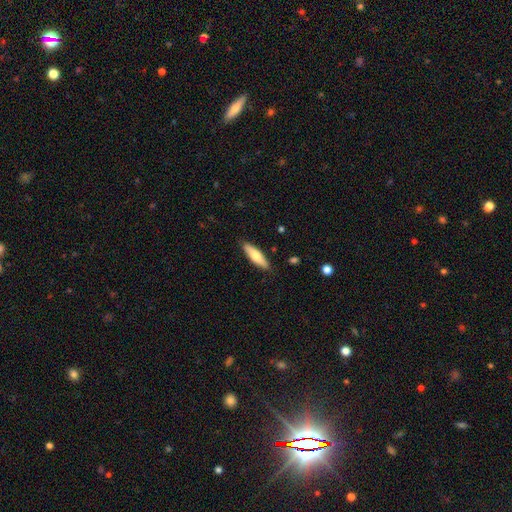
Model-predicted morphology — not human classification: This is likely a smooth galaxy (70%). How rounded: possibly cigar-shaped (59%). Merging: clearly none (87%).